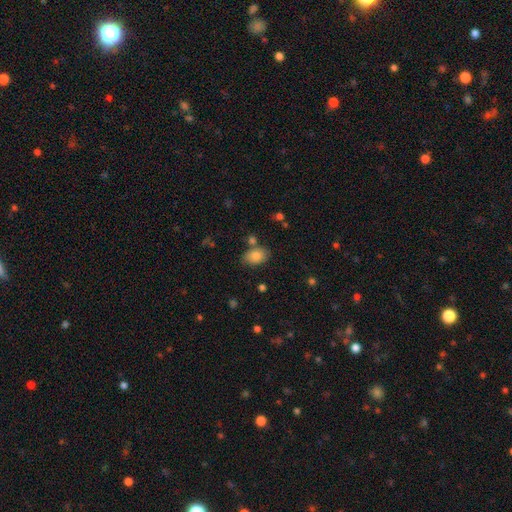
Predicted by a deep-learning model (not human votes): Overall: smooth (83%). How rounded: in between (87%). Merging: none (74%).